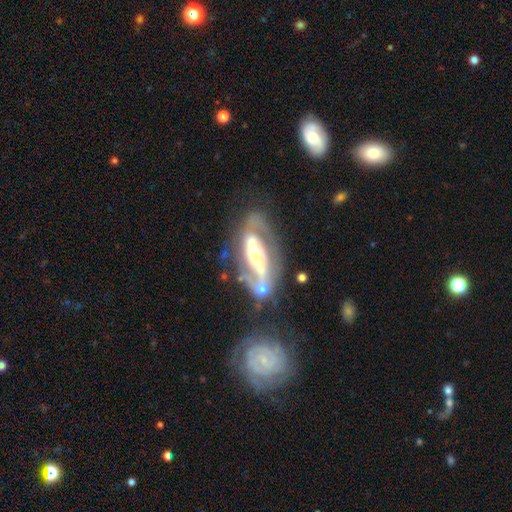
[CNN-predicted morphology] smooth-or-featured: featured or disk: 81% | smooth: 13% | star or artifact: 6%
  disk-edge-on: no: 89% | yes: 11%
    bar: strong: 46% | no: 28% | weak: 26%
    has-spiral-arms: yes: 80% | no: 20%
      spiral-winding: medium: 42% | tight: 38% | loose: 20%
      spiral-arm-count: 2: 74% | can't tell: 15% | 1: 6% | 3: 3% | 4: 1% | more than 4: 1%
    bulge-size: moderate: 42% | small: 38% | large: 14% | none: 3% | dominant: 3%
  merging: none: 53% | minor disturbance: 19% | major disturbance: 15% | merger: 13%